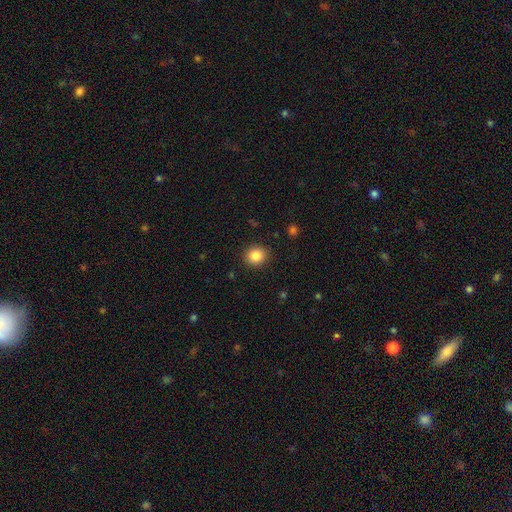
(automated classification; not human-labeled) Overall: smooth (85%). How rounded: round (83%). Merging: none (90%).